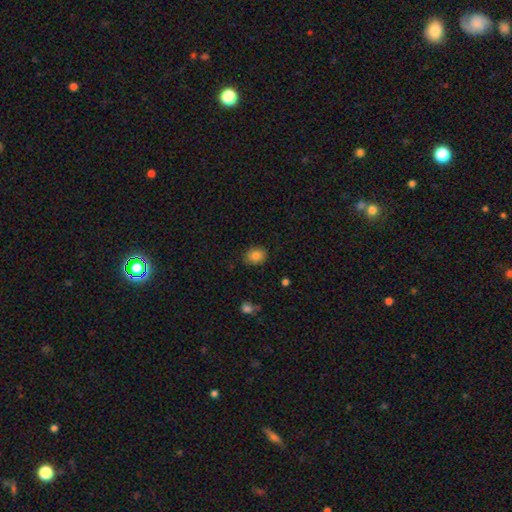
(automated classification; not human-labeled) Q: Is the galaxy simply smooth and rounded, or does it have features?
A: smooth — 83%.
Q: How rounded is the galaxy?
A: round — 51%.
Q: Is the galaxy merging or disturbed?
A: none — 84%.